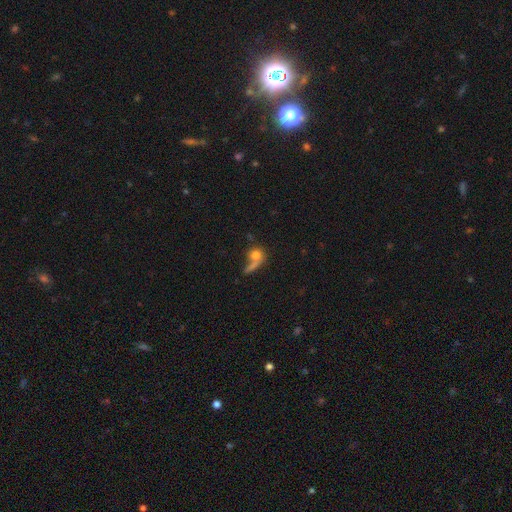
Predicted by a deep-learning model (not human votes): Smooth or featured: smooth — 68% (featured or disk — 20%)
How rounded: round — 68% (in between — 24%)
Merging: none — 36% (merger — 30%)